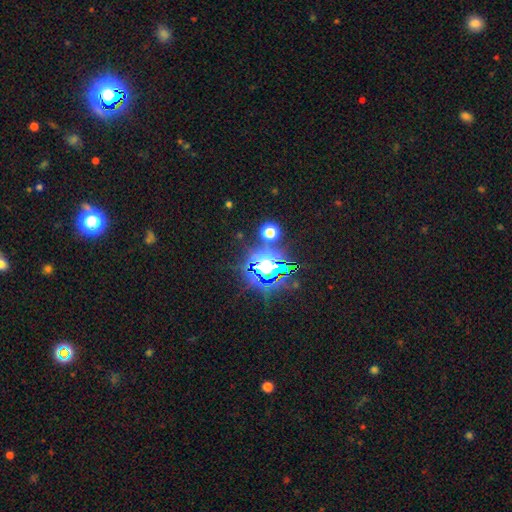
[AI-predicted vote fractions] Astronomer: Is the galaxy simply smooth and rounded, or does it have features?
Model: star or artifact — 73%.